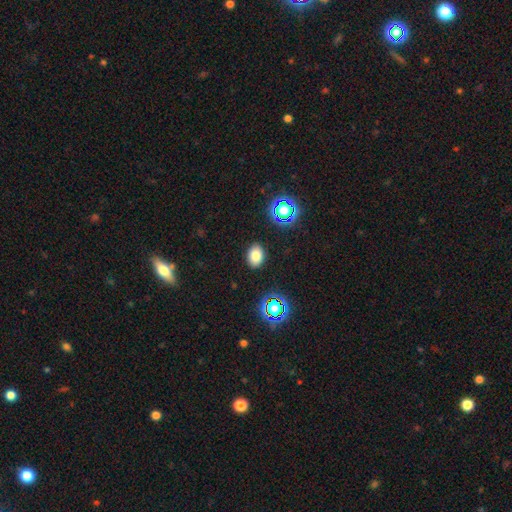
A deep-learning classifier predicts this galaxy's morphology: The model was most divided on "how rounded": in between: 74%, round: 25%, cigar-shaped: 1%. More confident: merging — none (88%); smooth or featured — smooth (78%).